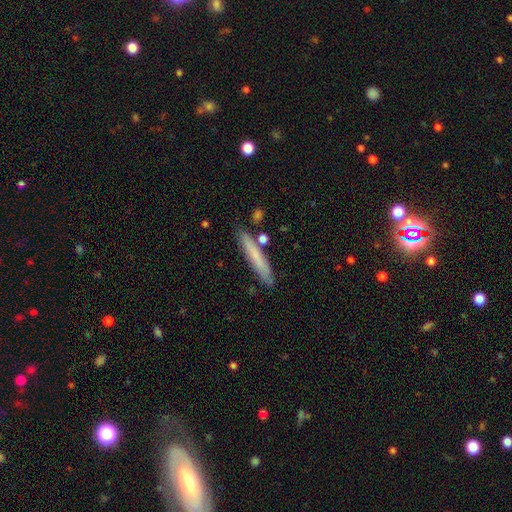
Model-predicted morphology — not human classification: type=smooth (70%); roundness=cigar-shaped (94%); merging=none (82%).